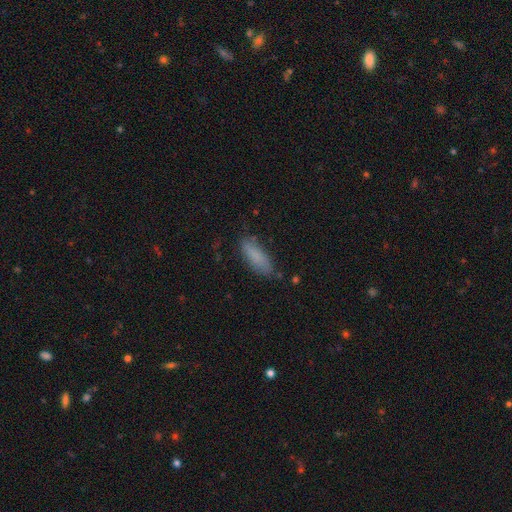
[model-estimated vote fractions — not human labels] Q: Smooth or featured?
A: smooth (82%); runner-up: featured or disk (10%)
Q: How rounded?
A: in between (55%); runner-up: cigar-shaped (43%)
Q: Merging?
A: none (73%); runner-up: minor disturbance (20%)